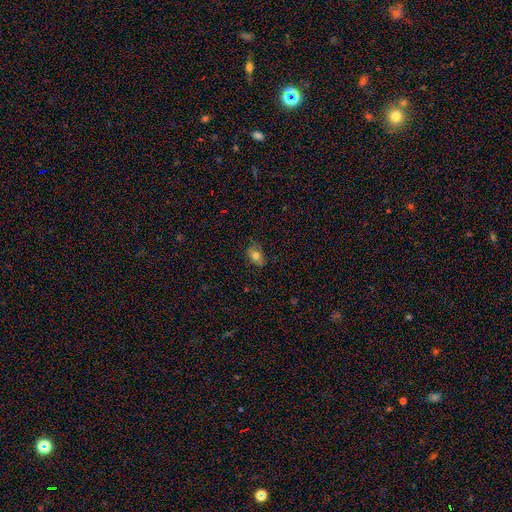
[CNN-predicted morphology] type=smooth (74%); roundness=in between (81%); merging=none (74%).